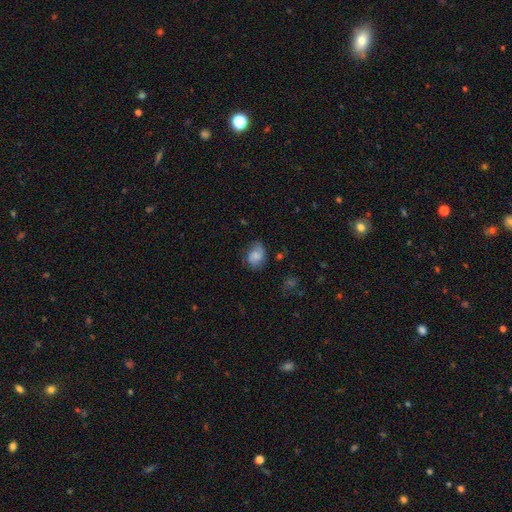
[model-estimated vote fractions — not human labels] Smooth or featured: smooth — 69% (featured or disk — 22%)
How rounded: in between — 65% (round — 34%)
Merging: none — 59% (minor disturbance — 28%)